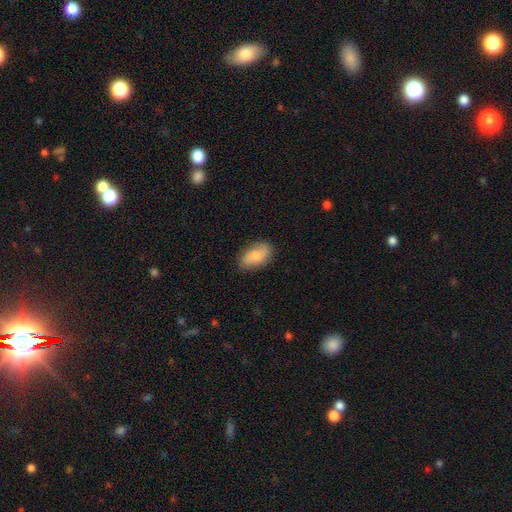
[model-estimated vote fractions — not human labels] Smooth or featured? Predicted: smooth (p=0.69). How rounded? Predicted: in between (p=0.92). Merging? Predicted: none (p=0.78).